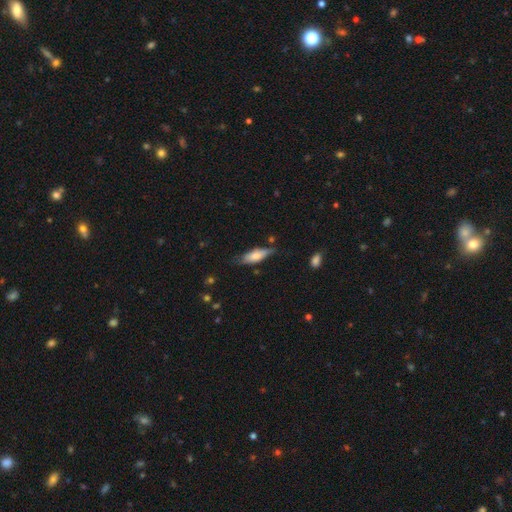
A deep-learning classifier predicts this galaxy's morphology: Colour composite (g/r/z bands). It shows a smooth galaxy with no disk features (68%) that is in between round and cigar-shaped (59%). Merging: none (64%).